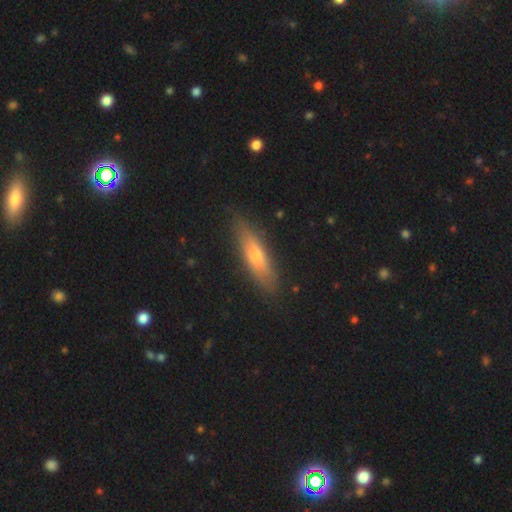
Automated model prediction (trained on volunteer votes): Smooth or featured?
  - smooth: 52% *
  - featured or disk: 42%
  - star or artifact: 6%
How rounded?
  - cigar-shaped: 68% *
  - in between: 29%
  - round: 2%
Merging?
  - none: 84% *
  - minor disturbance: 12%
  - major disturbance: 3%
  - merger: 1%